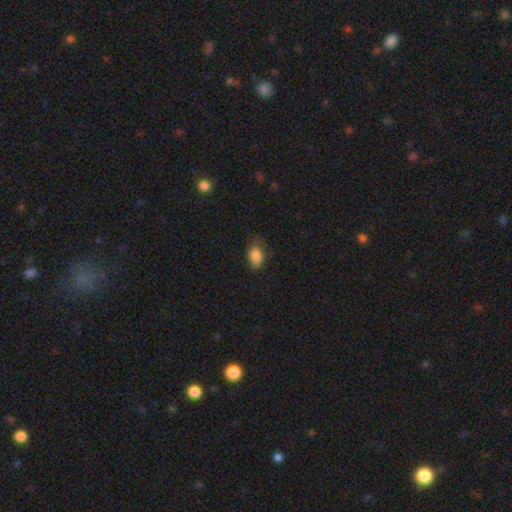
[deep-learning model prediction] Overall: smooth (84%). How rounded: in between (86%). Merging: none (56%; minor disturbance 32%).